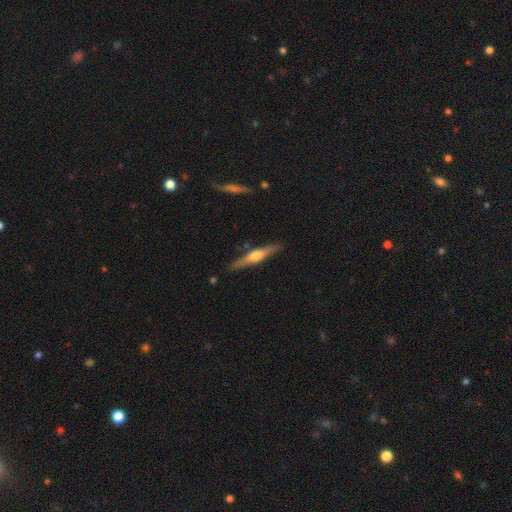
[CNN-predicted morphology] Q: Smooth or featured?
A: featured or disk (63%); runner-up: smooth (32%)
Q: Edge-on disk?
A: yes (96%); runner-up: no (4%)
Q: Edge-on bulge?
A: rounded (89%); runner-up: boxy (6%)
Q: Merging?
A: none (87%); runner-up: minor disturbance (9%)